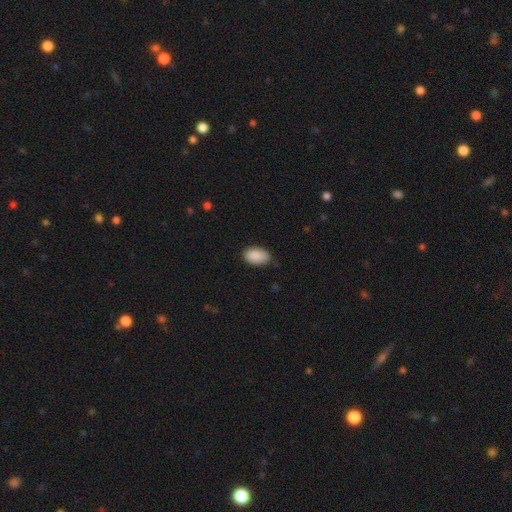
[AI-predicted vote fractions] Overall: smooth (90%). How rounded: in between (93%). Merging: none (78%).